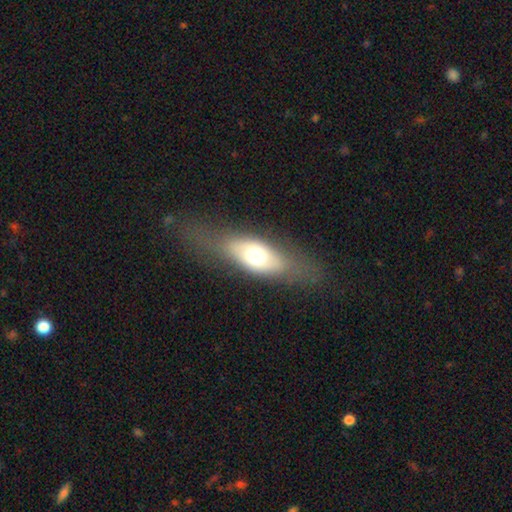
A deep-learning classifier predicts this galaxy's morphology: type=smooth (57%); roundness=in between (74%); merging=none (67%).